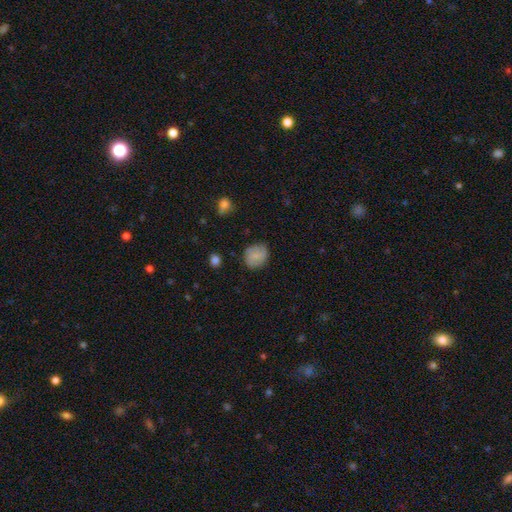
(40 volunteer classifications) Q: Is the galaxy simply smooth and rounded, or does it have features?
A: smooth — 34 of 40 (85%).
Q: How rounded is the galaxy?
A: round — 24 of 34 (71%).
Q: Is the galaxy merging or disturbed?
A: none — 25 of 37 (68%).